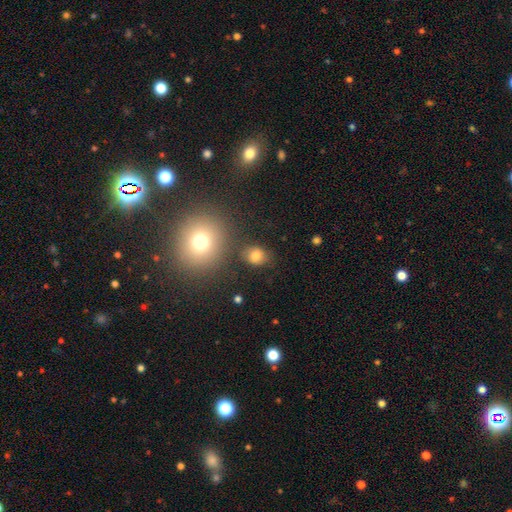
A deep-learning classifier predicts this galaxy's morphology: smooth 78%, star or artifact 14%, featured or disk 9%. Down the decision tree: how rounded — round (59%); merging — none (76%).